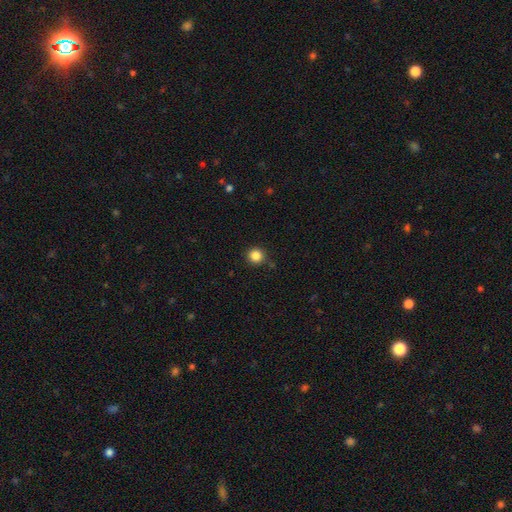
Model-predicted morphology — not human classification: smooth-or-featured: smooth: 84% | star or artifact: 12% | featured or disk: 4%
  how-rounded: round: 94% | in between: 5% | cigar-shaped: 1%
  merging: none: 87% | minor disturbance: 9% | major disturbance: 2% | merger: 2%